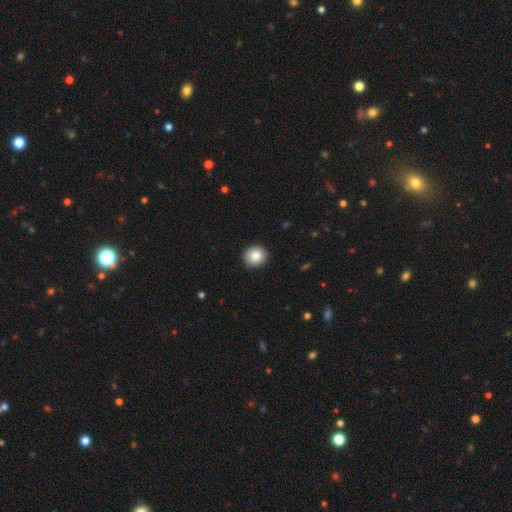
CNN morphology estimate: smooth_or_featured: smooth (p=0.84) [alt: star or artifact p=0.08]
how_rounded: round (p=0.88) [alt: in between p=0.11]
merging: none (p=0.91) [alt: minor disturbance p=0.07]